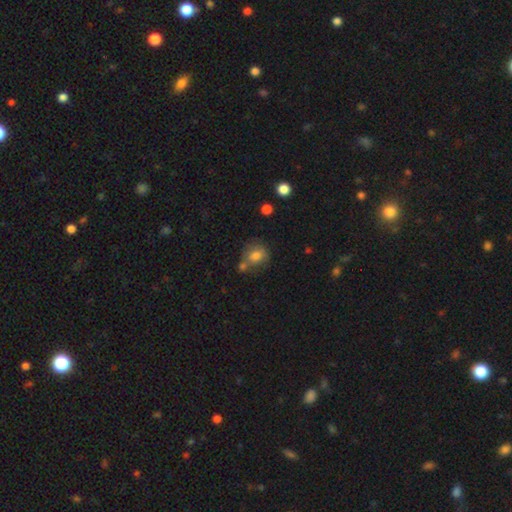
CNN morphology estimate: smooth 76%, featured or disk 14%, star or artifact 11%. Down the decision tree: how rounded — round (60%); merging — none (51%).